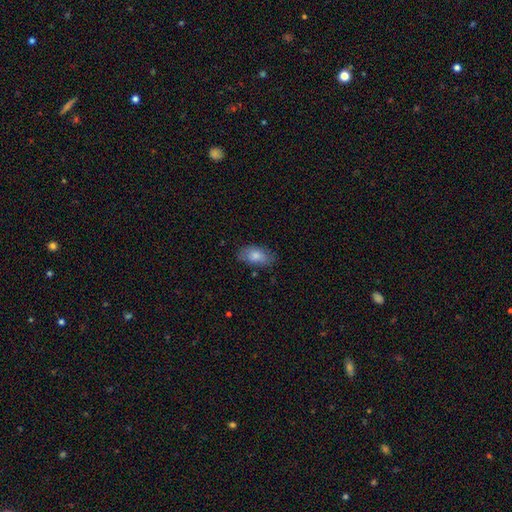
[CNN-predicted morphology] smooth-or-featured: smooth: 82% | featured or disk: 11% | star or artifact: 7%
  how-rounded: in between: 92% | round: 5% | cigar-shaped: 3%
  merging: none: 74% | minor disturbance: 20% | major disturbance: 5% | merger: 2%